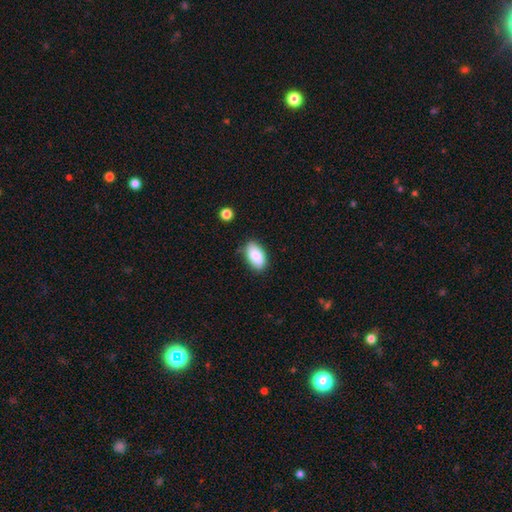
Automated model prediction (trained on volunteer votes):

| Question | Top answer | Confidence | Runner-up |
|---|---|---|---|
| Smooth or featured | smooth | 84% | featured or disk (9%) |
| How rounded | in between | 93% | round (5%) |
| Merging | none | 77% | minor disturbance (17%) |